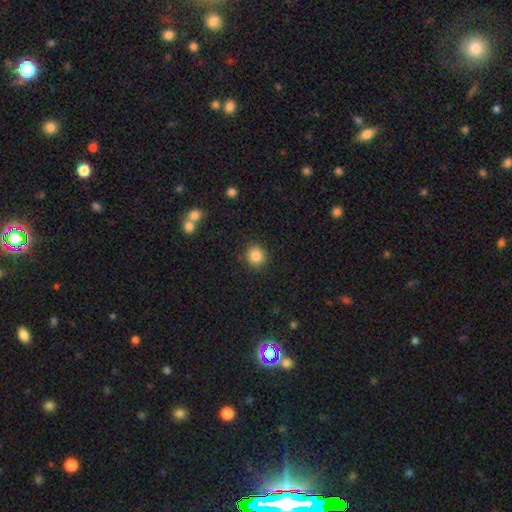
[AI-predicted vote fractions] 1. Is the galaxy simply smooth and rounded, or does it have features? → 85% smooth, 10% star or artifact, 5% featured or disk.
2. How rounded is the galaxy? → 87% round, 12% in between, 1% cigar-shaped.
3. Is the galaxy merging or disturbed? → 90% none, 6% minor disturbance, 2% major disturbance, 2% merger.